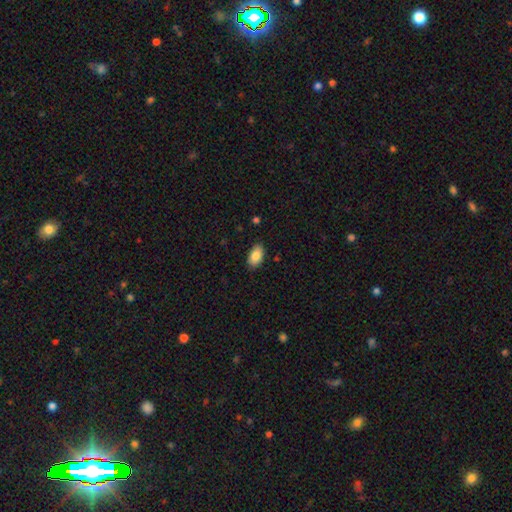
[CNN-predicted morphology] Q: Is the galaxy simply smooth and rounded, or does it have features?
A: smooth — 86%.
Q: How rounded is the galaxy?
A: in between — 94%.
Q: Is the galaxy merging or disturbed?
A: none — 86%.